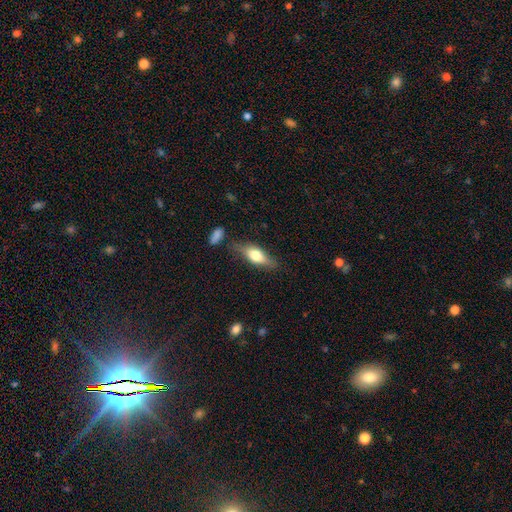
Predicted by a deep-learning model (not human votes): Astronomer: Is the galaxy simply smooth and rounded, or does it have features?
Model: smooth — 59%.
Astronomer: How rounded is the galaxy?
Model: in between — 63%.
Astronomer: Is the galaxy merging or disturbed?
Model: none — 72%.